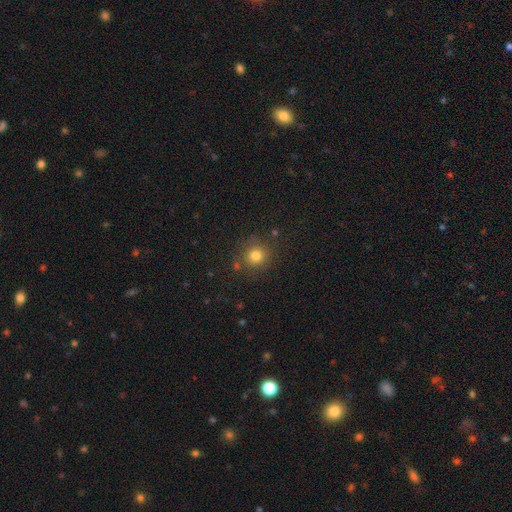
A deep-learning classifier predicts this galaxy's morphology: This appears to be a smooth galaxy with no disk features (78%) that is round (89%). Merging: none (82%).